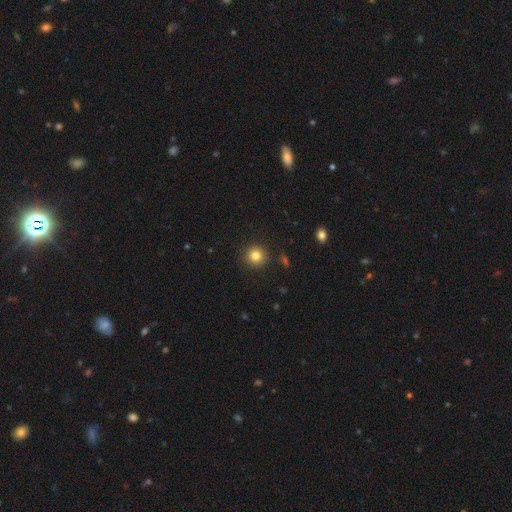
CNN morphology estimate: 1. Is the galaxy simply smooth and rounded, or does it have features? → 82% smooth, 12% star or artifact, 6% featured or disk.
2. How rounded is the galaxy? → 94% round, 5% in between, 1% cigar-shaped.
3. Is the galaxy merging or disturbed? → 91% none, 6% minor disturbance, 2% major disturbance, 1% merger.